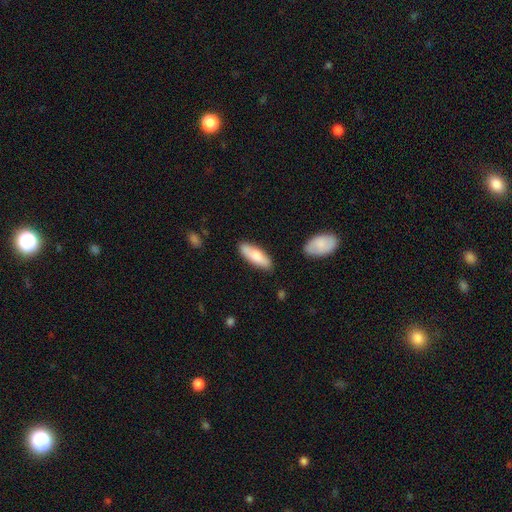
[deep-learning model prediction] Smooth or featured? smooth (77%)
How rounded? in between (60%)
Merging? none (81%)